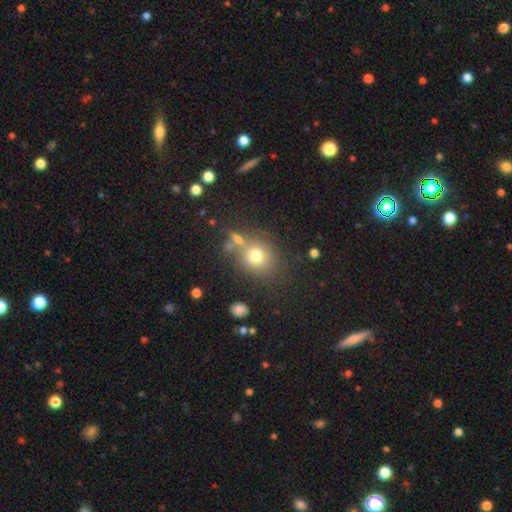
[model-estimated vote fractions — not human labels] This is likely a smooth galaxy (74%). How rounded: likely round (78%). Merging: likely none (65%).